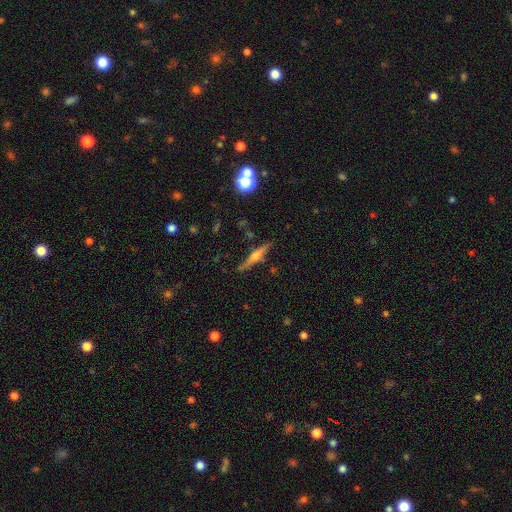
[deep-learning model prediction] featured or disk 65%, smooth 28%, star or artifact 8%. Down the decision tree: edge-on disk — yes (97%); edge-on bulge — rounded (83%); merging — none (85%).